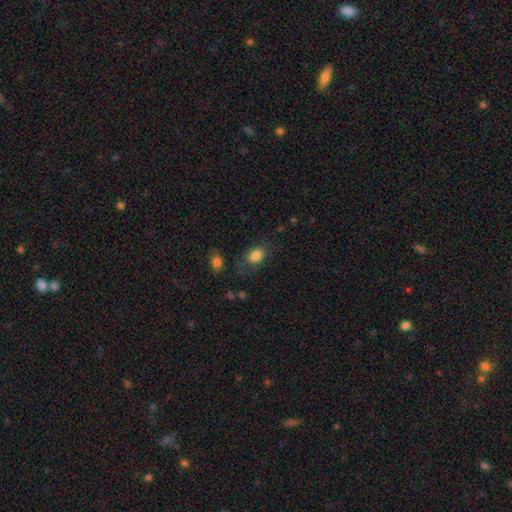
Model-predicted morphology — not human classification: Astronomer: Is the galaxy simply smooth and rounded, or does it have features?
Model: smooth — 83%.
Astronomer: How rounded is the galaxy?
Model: in between — 71%.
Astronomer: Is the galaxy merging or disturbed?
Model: none — 67%.